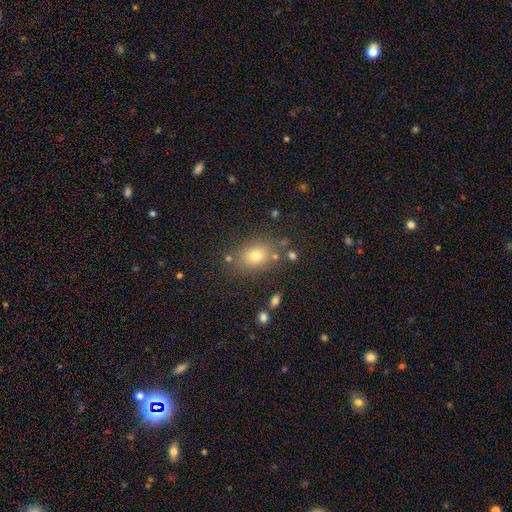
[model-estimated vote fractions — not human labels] smooth 75%, star or artifact 13%, featured or disk 11%. Down the decision tree: how rounded — in between (68%); merging — none (78%).